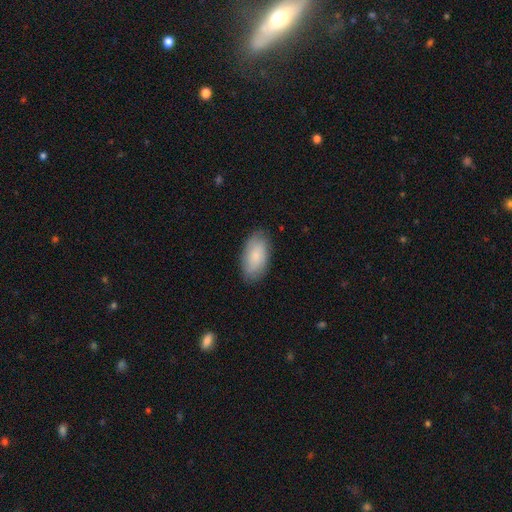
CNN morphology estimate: type=smooth (77%); roundness=in between (94%); merging=none (83%).